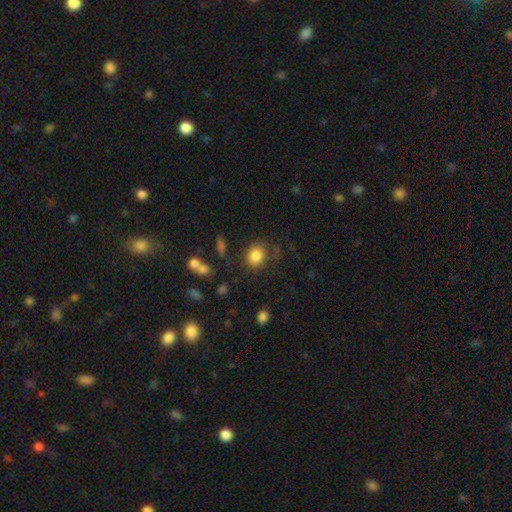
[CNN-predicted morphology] A smooth galaxy with no disk features (84%) that is round (61%). Merging: none (75%).